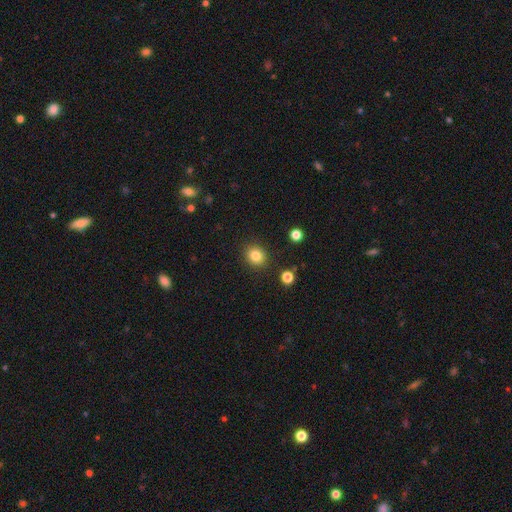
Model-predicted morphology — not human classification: smooth 83%, star or artifact 11%, featured or disk 6%. Down the decision tree: how rounded — round (77%); merging — none (89%).